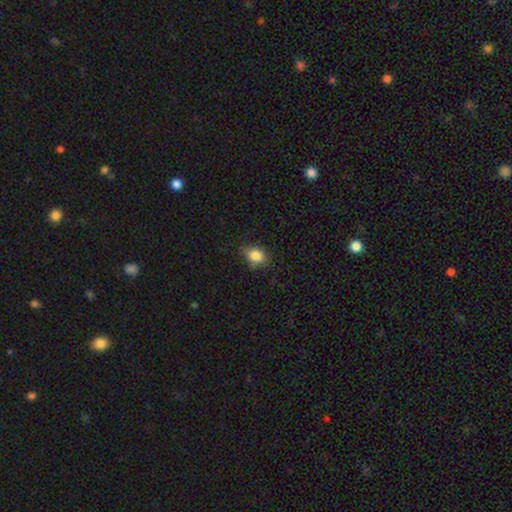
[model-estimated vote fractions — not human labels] A smooth galaxy with no disk features (84%) that is in between round and cigar-shaped (52%).

Vote fractions:
- Smooth or featured? smooth: 84% / star or artifact: 10% / featured or disk: 6%
- How rounded? in between: 52% / round: 46% / cigar-shaped: 1%
- Merging? none: 76% / minor disturbance: 19% / major disturbance: 4% / merger: 1%